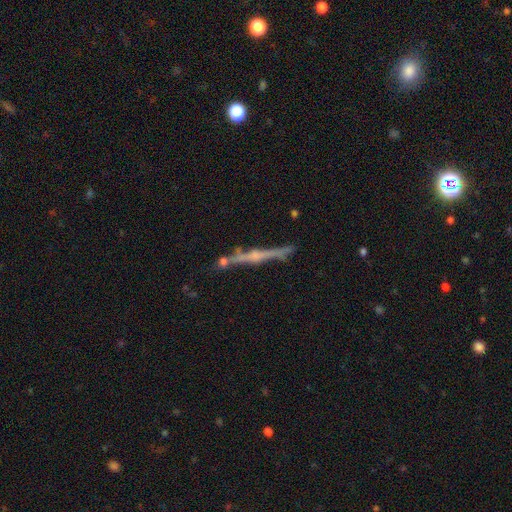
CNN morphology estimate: Smooth or featured? Predicted: featured or disk (p=0.74). Edge-on disk? Predicted: yes (p=0.96). Edge-on bulge? Predicted: rounded (p=0.60). Merging? Predicted: none (p=0.75).